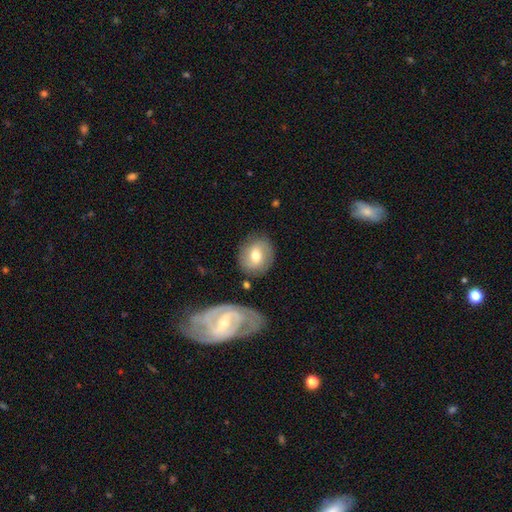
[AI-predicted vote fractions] Overall: smooth (60%; featured or disk 34%). How rounded: round (67%; in between 31%). Merging: none (77%).